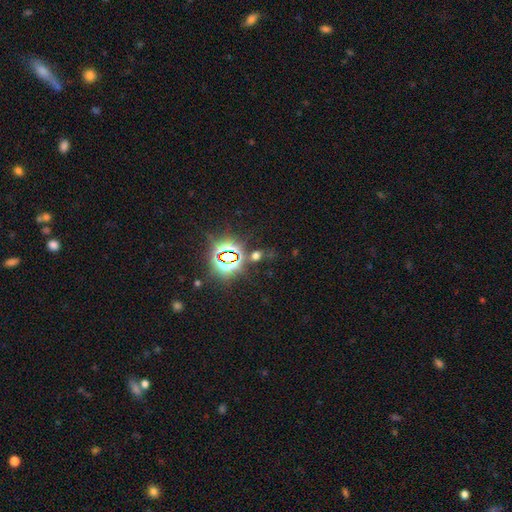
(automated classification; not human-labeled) smooth_or_featured: star or artifact (p=0.60) [alt: smooth p=0.31]